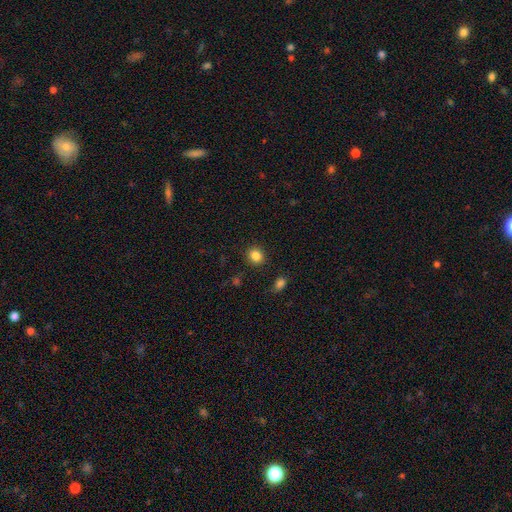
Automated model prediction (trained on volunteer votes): smooth 85%, star or artifact 11%, featured or disk 4%. Down the decision tree: how rounded — round (79%); merging — none (88%).